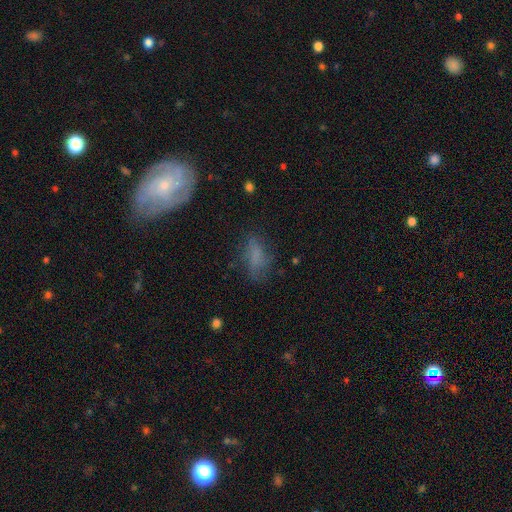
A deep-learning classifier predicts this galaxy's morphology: A smooth galaxy with no disk features (56%) that is in between round and cigar-shaped (79%).

Vote fractions:
- Smooth or featured? smooth: 56% / featured or disk: 30% / star or artifact: 13%
- How rounded? in between: 79% / cigar-shaped: 12% / round: 9%
- Merging? none: 56% / minor disturbance: 24% / major disturbance: 17% / merger: 3%